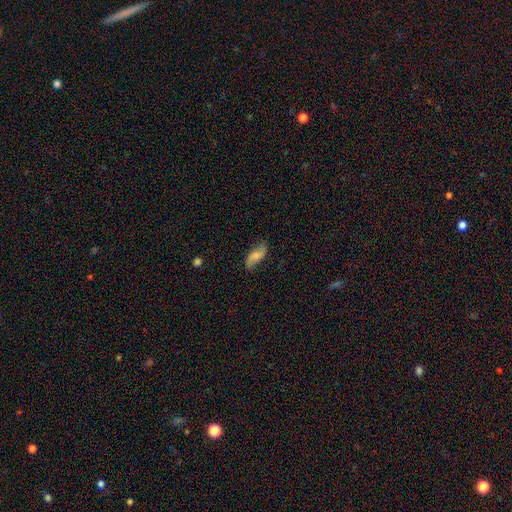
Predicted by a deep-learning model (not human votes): A smooth galaxy with no disk features (50%) that is in between round and cigar-shaped (80%).

Vote fractions:
- Smooth or featured? smooth: 50% / featured or disk: 42% / star or artifact: 7%
- How rounded? in between: 80% / cigar-shaped: 17% / round: 3%
- Merging? none: 74% / minor disturbance: 19% / major disturbance: 5% / merger: 1%